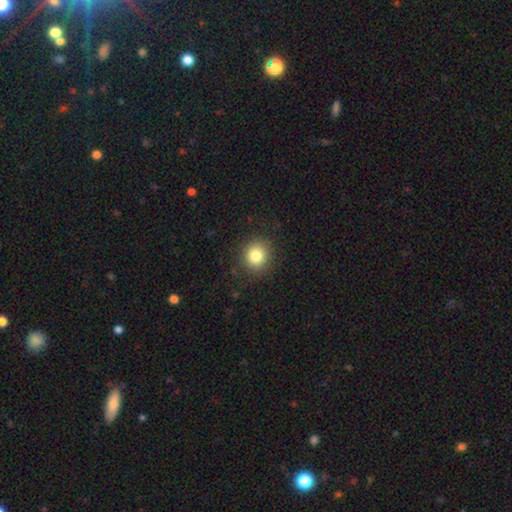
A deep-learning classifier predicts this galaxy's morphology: A smooth galaxy with no disk features (82%) that is round (86%).

Vote fractions:
- Smooth or featured? smooth: 82% / star or artifact: 11% / featured or disk: 7%
- How rounded? round: 86% / in between: 13% / cigar-shaped: 1%
- Merging? none: 89% / minor disturbance: 7% / major disturbance: 3% / merger: 1%